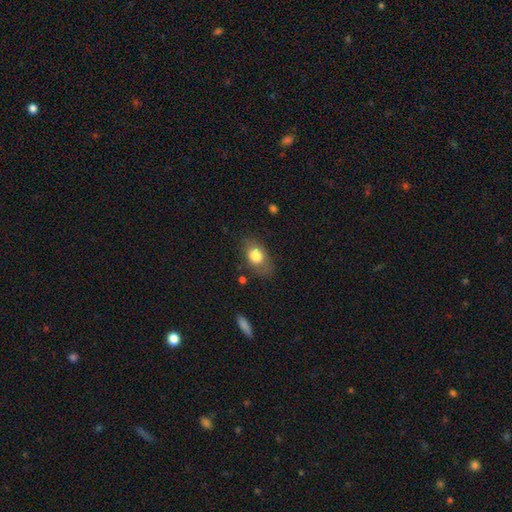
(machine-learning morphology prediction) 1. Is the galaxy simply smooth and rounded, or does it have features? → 79% smooth, 13% featured or disk, 8% star or artifact.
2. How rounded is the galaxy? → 78% in between, 21% round, 2% cigar-shaped.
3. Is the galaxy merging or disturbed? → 69% none, 21% minor disturbance, 8% major disturbance, 2% merger.